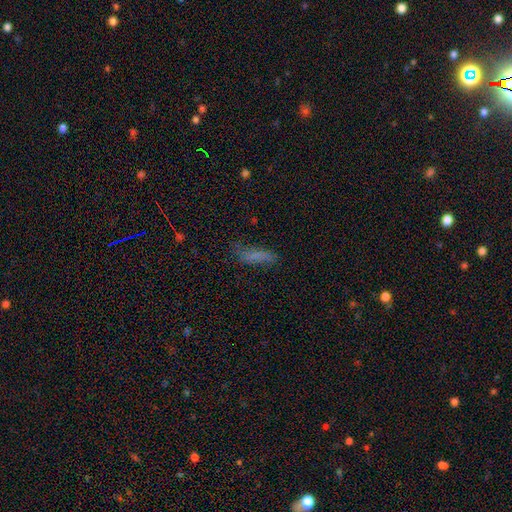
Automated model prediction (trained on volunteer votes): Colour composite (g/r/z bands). It shows a smooth galaxy with no disk features (68%) that is cigar-shaped (60%). Merging: none (59%).